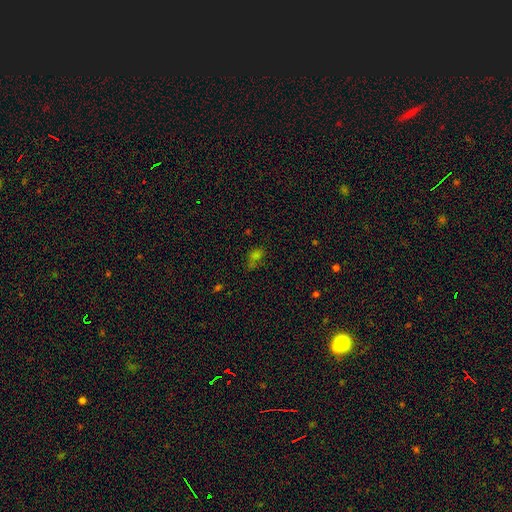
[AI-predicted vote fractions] Q: Smooth or featured?
A: smooth (54%); runner-up: star or artifact (35%)
Q: How rounded?
A: in between (60%); runner-up: round (36%)
Q: Merging?
A: none (51%); runner-up: minor disturbance (23%)